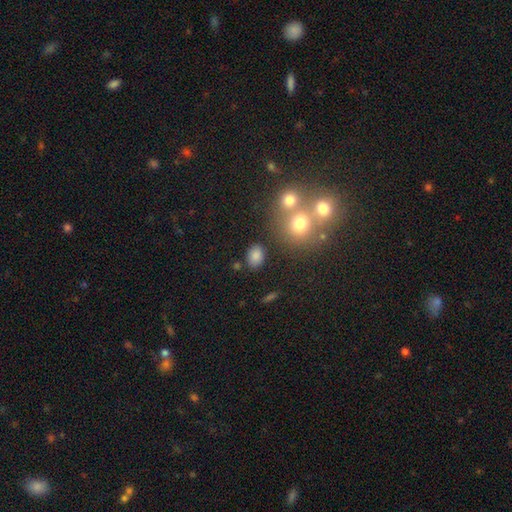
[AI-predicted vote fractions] smooth_or_featured: smooth (p=0.82) [alt: star or artifact p=0.12]
how_rounded: in between (p=0.69) [alt: round p=0.30]
merging: none (p=0.80) [alt: minor disturbance p=0.11]